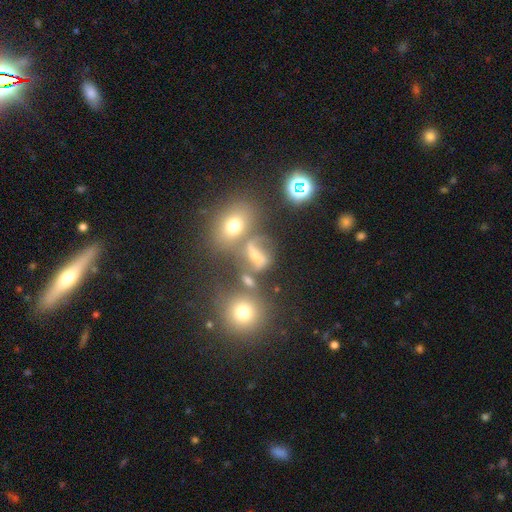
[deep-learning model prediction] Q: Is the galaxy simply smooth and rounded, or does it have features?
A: smooth — 47%.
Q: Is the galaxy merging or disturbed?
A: none — 39%.